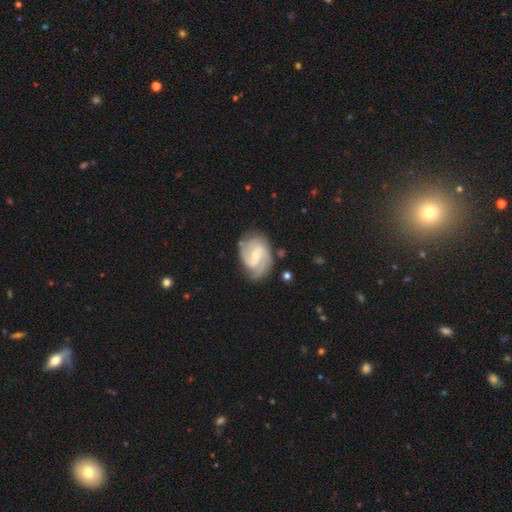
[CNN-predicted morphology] A featured or disk galaxy (86%) with a weak bar (50%), 2 (51%) medium (49%) spiral arms (97%) and a small central bulge (64%).

Vote fractions:
- Smooth or featured? featured or disk: 86% / smooth: 9% / star or artifact: 5%
- Edge-on disk? no: 98% / yes: 2%
- Bar? weak: 50% / no: 40% / strong: 11%
- Spiral arms? yes: 97% / no: 3%
- Spiral winding? medium: 49% / tight: 38% / loose: 13%
- Spiral arm count? 2: 51% / 3: 26% / can't tell: 12% / 4: 4% / 1: 4% / more than 4: 3%
- Bulge size? small: 64% / moderate: 31% / none: 3% / large: 1% / dominant: 1%
- Merging? none: 72% / minor disturbance: 19% / major disturbance: 7% / merger: 2%